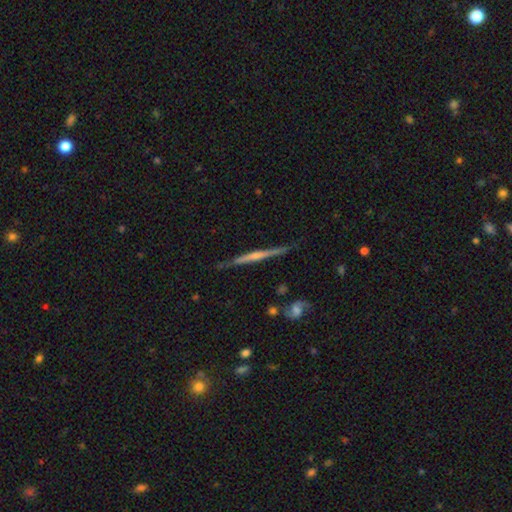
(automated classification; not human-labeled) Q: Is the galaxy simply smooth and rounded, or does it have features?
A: featured or disk — 74%.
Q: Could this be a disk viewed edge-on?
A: yes — 98%.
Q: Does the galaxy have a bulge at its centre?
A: rounded — 67%.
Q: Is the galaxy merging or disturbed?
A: none — 88%.